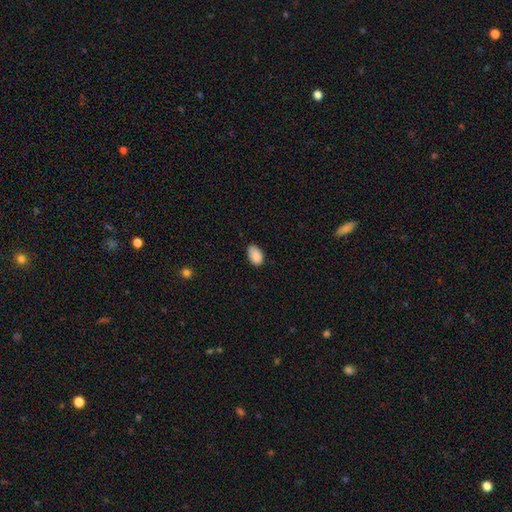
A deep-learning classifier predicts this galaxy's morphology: The model was most divided on "merging": none: 69%, minor disturbance: 26%, major disturbance: 3%, merger: 1%. More confident: how rounded — in between (89%); smooth or featured — smooth (88%).